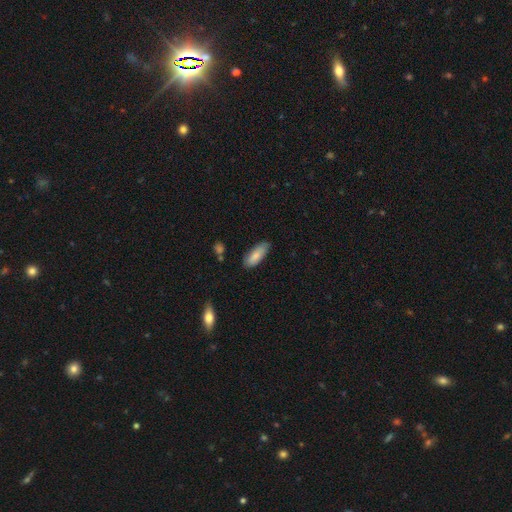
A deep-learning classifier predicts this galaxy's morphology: smooth 83%, featured or disk 11%, star or artifact 6%. Down the decision tree: how rounded — in between (75%); merging — none (76%).